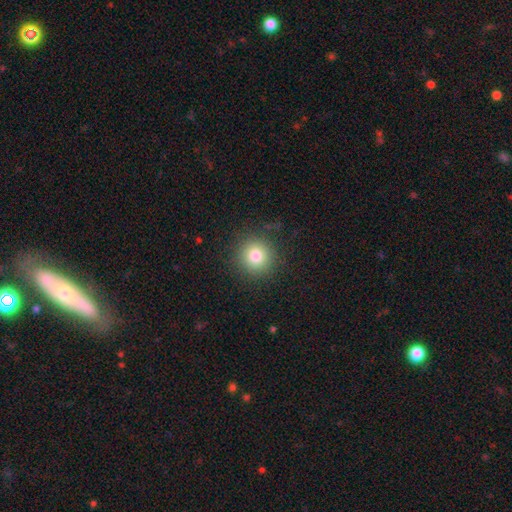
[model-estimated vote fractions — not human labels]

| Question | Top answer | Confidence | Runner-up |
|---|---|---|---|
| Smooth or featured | smooth | 81% | star or artifact (12%) |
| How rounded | round | 94% | in between (5%) |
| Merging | none | 89% | minor disturbance (7%) |